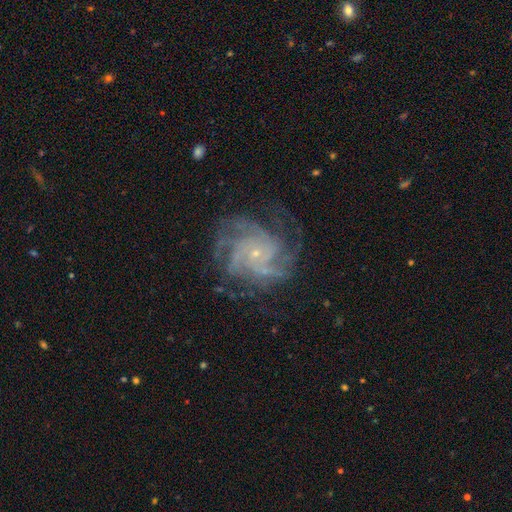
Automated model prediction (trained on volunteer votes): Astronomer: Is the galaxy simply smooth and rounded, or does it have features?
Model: featured or disk — 86%.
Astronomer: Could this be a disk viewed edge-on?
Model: no — 97%.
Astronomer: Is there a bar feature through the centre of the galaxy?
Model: no — 73%.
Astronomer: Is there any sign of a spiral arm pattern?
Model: yes — 98%.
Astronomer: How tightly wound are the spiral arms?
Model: tight — 61%.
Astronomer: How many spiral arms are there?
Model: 4 — 31% (runner-up: more than 4, 20%).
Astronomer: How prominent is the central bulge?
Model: small — 83%.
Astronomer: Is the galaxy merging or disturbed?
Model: none — 78%.